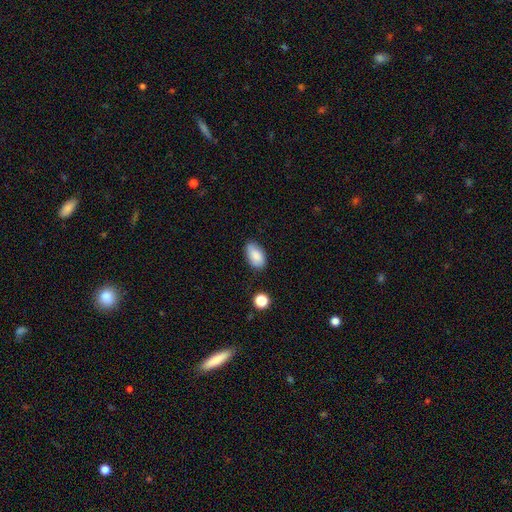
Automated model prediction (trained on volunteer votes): This appears to be a smooth galaxy with no disk features (84%) that is in between round and cigar-shaped (93%). Merging: none (75%).